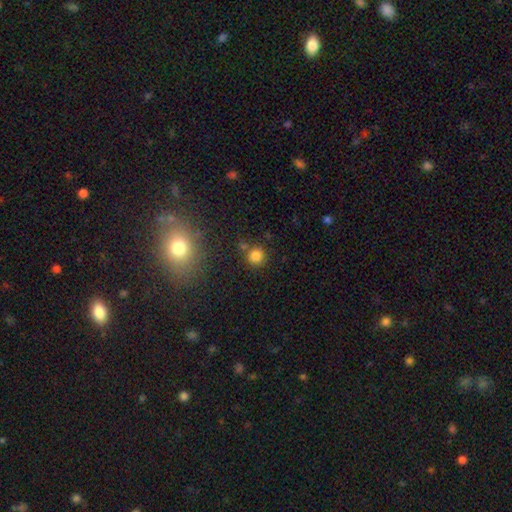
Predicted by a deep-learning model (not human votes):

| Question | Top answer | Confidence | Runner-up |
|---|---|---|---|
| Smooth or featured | smooth | 82% | star or artifact (14%) |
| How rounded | round | 91% | in between (8%) |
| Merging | none | 77% | merger (10%) |